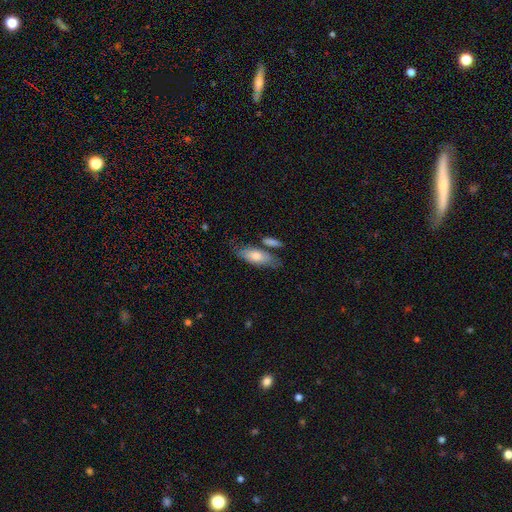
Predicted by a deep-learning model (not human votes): Morphology: type=smooth (63%); roundness=in between (67%); merging=none (66%).